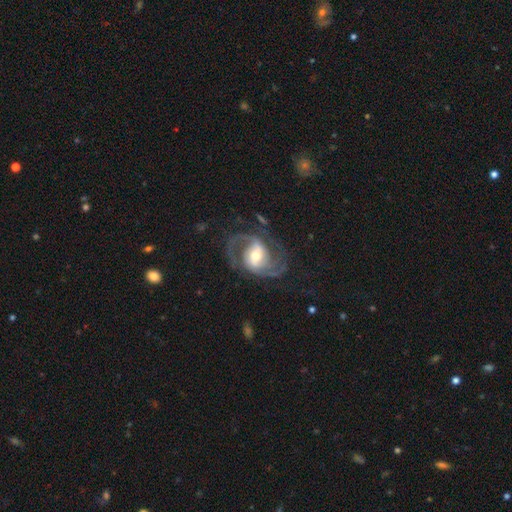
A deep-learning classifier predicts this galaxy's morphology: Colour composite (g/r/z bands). It shows a featured or disk galaxy (89%) with a weak bar (44%), 2 (73%) medium (54%) spiral arms (96%) and a moderate central bulge (61%). Merging: none (68%).